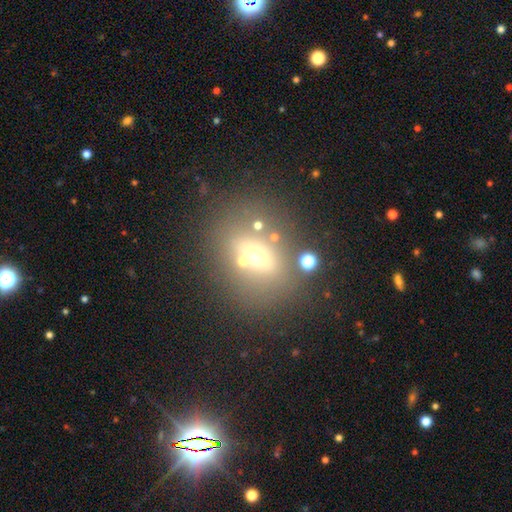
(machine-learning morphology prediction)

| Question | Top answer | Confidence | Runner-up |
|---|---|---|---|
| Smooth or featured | smooth | 44% | star or artifact (29%) |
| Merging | none | 59% | merger (21%) |